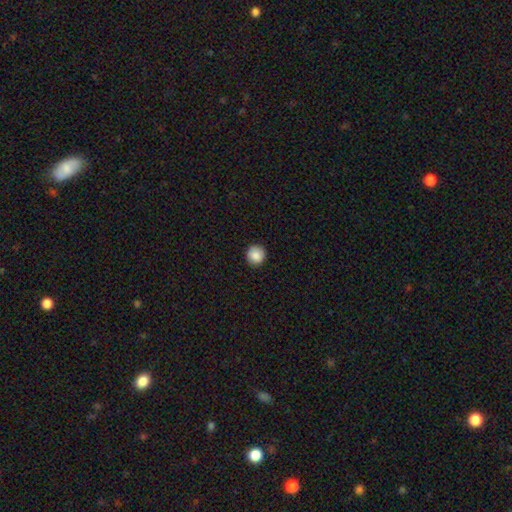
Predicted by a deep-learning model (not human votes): Q: Smooth or featured?
A: smooth (88%); runner-up: star or artifact (8%)
Q: How rounded?
A: round (94%); runner-up: in between (5%)
Q: Merging?
A: none (91%); runner-up: minor disturbance (7%)